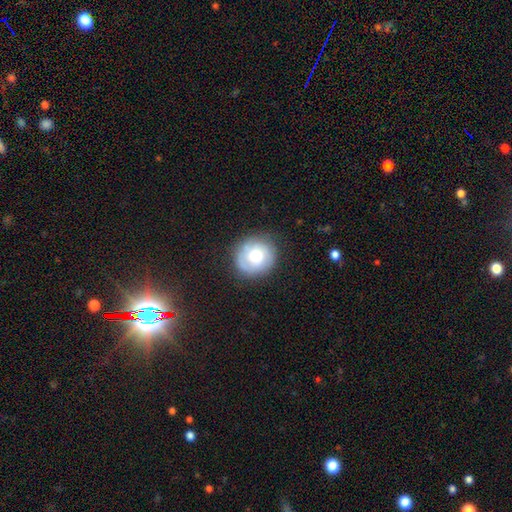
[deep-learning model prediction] smooth_or_featured: smooth (p=0.59) [alt: featured or disk p=0.33]
how_rounded: round (p=0.87) [alt: in between p=0.12]
merging: none (p=0.77) [alt: minor disturbance p=0.16]